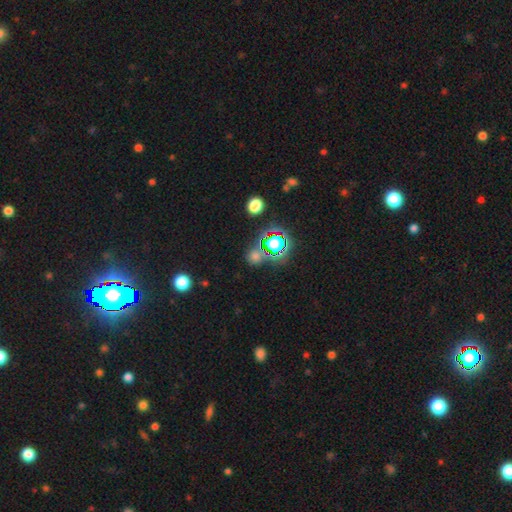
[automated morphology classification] Q: Smooth or featured?
A: smooth (49%); runner-up: star or artifact (43%)
Q: Merging?
A: none (74%); runner-up: merger (11%)